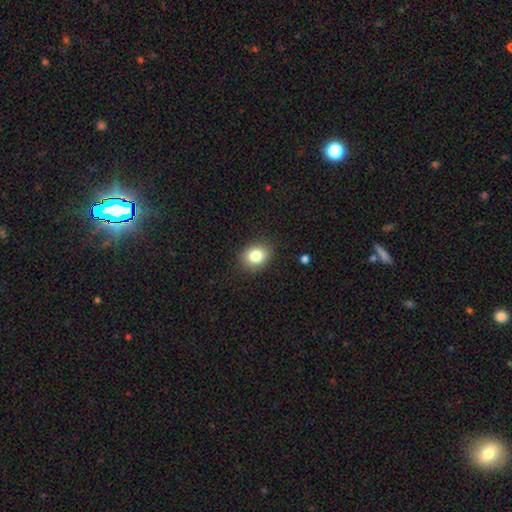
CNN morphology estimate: Smooth or featured: smooth — 81% (star or artifact — 10%)
How rounded: round — 51% (in between — 48%)
Merging: none — 86% (minor disturbance — 10%)